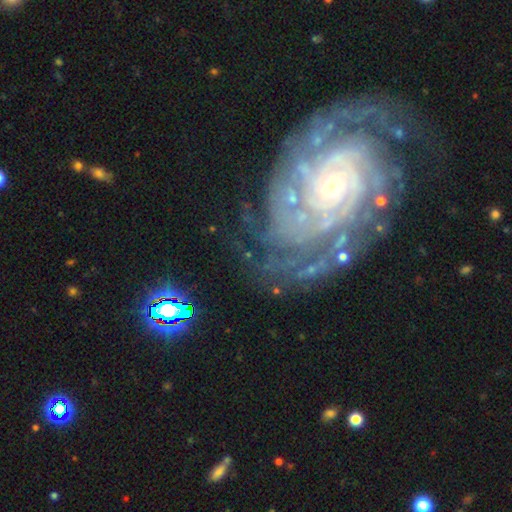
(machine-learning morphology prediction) featured or disk 90%, star or artifact 6%, smooth 4%. Down the decision tree: edge-on disk — no (97%); bar — no (73%); spiral arms — yes (98%); spiral arm count — can't tell (24%); spiral winding — tight (77%); bulge size — small (70%); merging — none (72%).